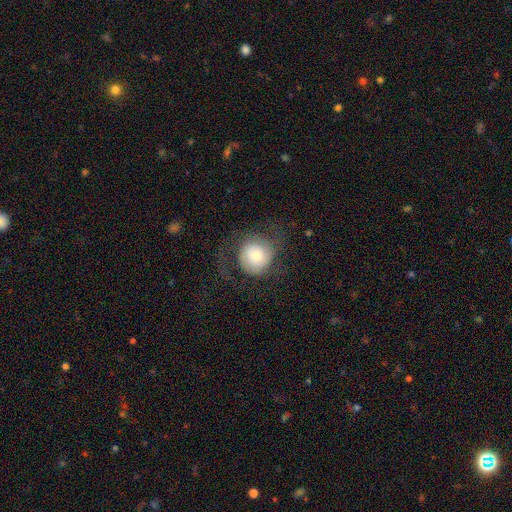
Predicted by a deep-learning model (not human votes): smooth 54%, featured or disk 38%, star or artifact 8%. Down the decision tree: how rounded — round (89%); merging — none (59%).